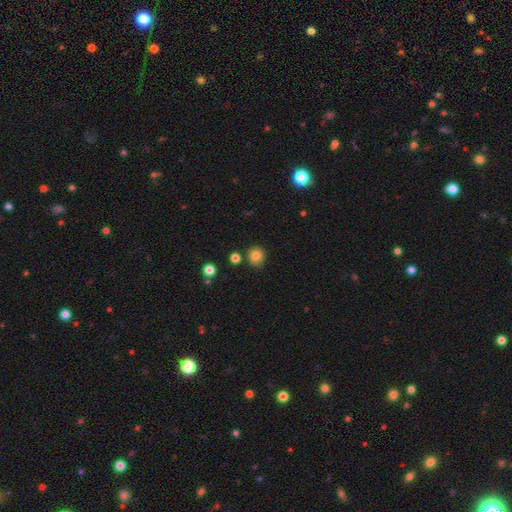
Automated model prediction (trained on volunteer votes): Q: Smooth or featured?
A: smooth (82%); runner-up: star or artifact (12%)
Q: How rounded?
A: round (87%); runner-up: in between (12%)
Q: Merging?
A: none (82%); runner-up: minor disturbance (11%)